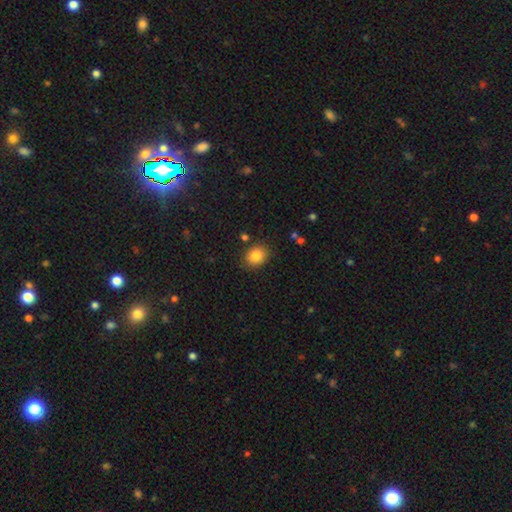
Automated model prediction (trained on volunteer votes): Smooth or featured? smooth (84%)
How rounded? in between (50%)
Merging? none (85%)